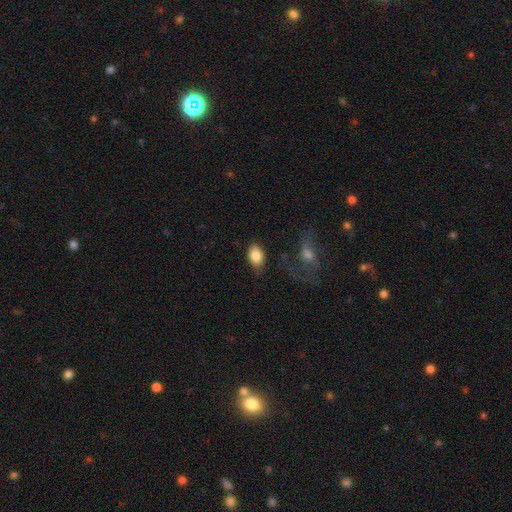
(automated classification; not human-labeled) Smooth or featured: smooth — 84% (featured or disk — 8%)
How rounded: in between — 84% (round — 14%)
Merging: none — 65% (minor disturbance — 22%)